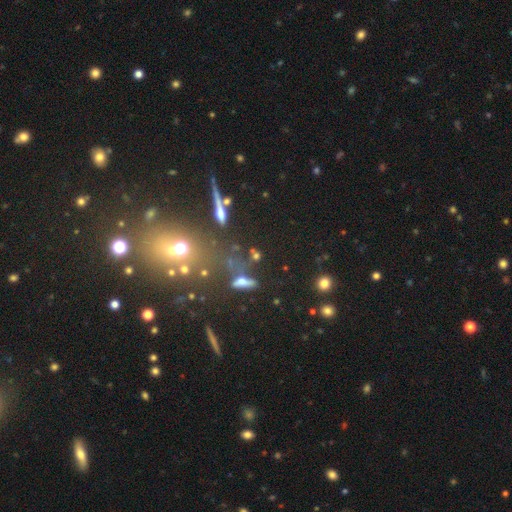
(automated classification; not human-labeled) Smooth or featured? Predicted: smooth (p=0.50). Merging? Predicted: none (p=0.61).